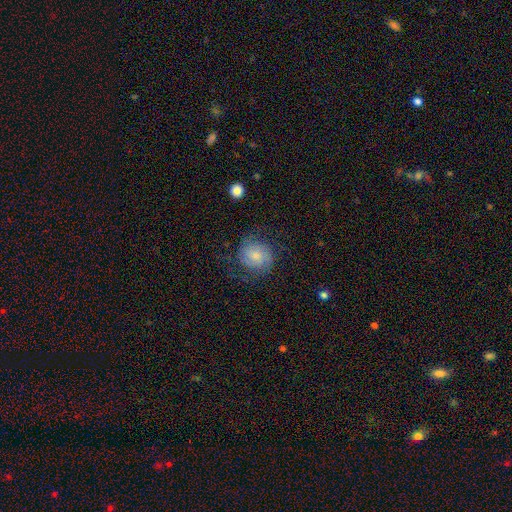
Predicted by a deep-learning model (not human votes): Smooth or featured? Predicted: smooth (p=0.54). How rounded? Predicted: round (p=0.75). Merging? Predicted: none (p=0.63).